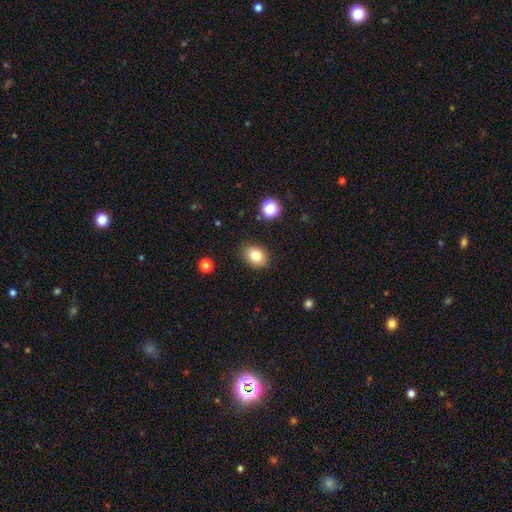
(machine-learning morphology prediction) The model was most divided on "how rounded": in between: 66%, round: 33%, cigar-shaped: 1%. More confident: merging — none (87%); smooth or featured — smooth (81%).